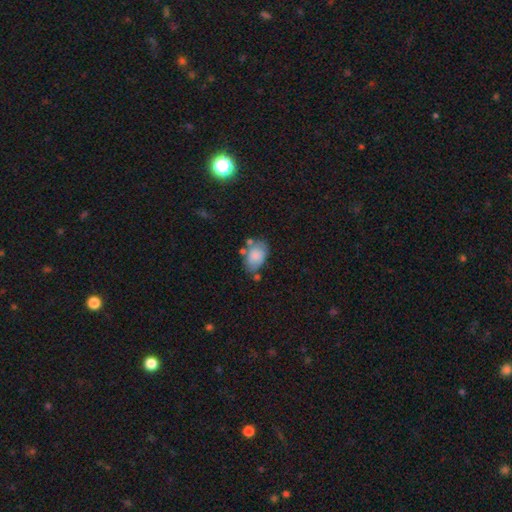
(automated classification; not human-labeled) Smooth or featured? smooth (79%)
How rounded? in between (85%)
Merging? none (55%)